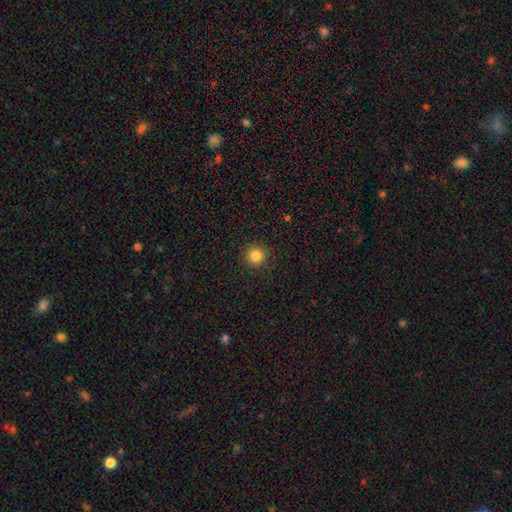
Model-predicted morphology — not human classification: A smooth galaxy with no disk features (84%) that is round (95%). Merging: none (91%).